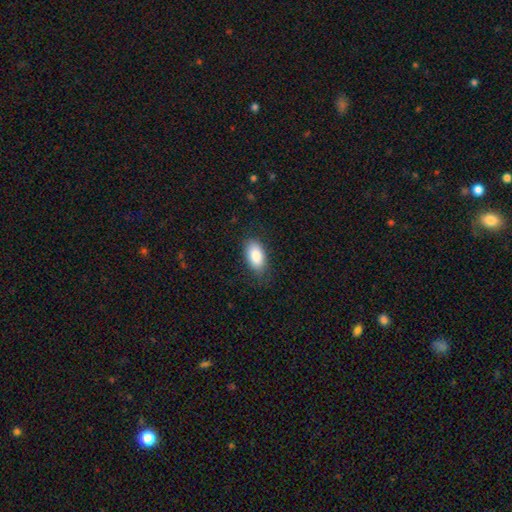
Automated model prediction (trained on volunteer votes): smooth 86%, featured or disk 8%, star or artifact 7%. Down the decision tree: how rounded — in between (93%); merging — none (80%).